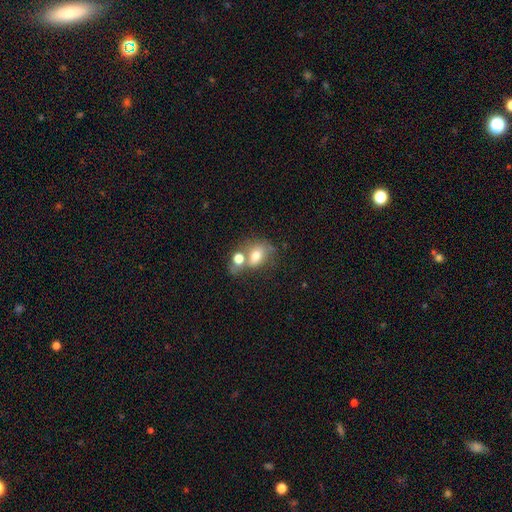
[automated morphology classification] Q: Smooth or featured?
A: smooth (69%); runner-up: featured or disk (21%)
Q: How rounded?
A: in between (63%); runner-up: round (36%)
Q: Merging?
A: merger (54%); runner-up: none (26%)